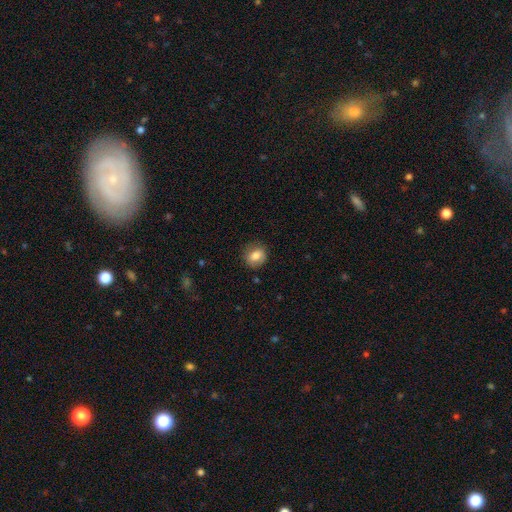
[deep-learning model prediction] Smooth or featured? smooth (79%)
How rounded? round (69%)
Merging? none (80%)